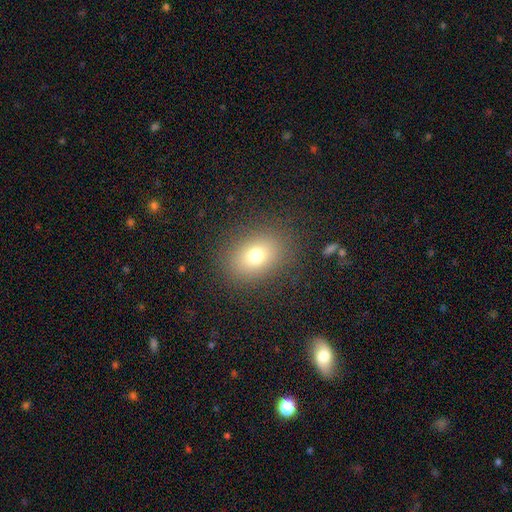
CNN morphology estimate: smooth_or_featured: smooth (p=0.74) [alt: star or artifact p=0.14]
how_rounded: in between (p=0.58) [alt: round p=0.41]
merging: none (p=0.85) [alt: minor disturbance p=0.09]